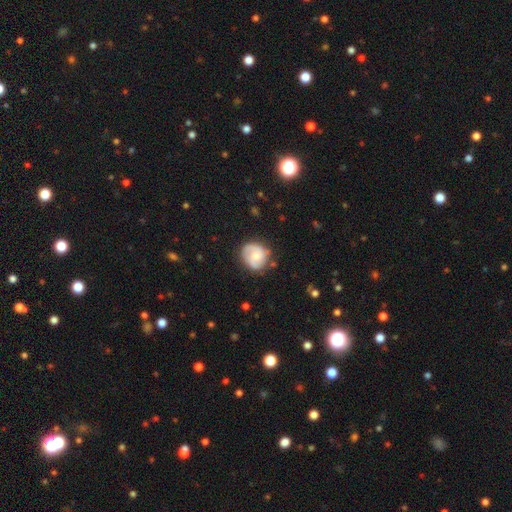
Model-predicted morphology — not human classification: smooth-or-featured: featured or disk: 50% | smooth: 43% | star or artifact: 7%
  disk-edge-on: no: 97% | yes: 3%
  merging: none: 69% | minor disturbance: 22% | major disturbance: 7% | merger: 2%